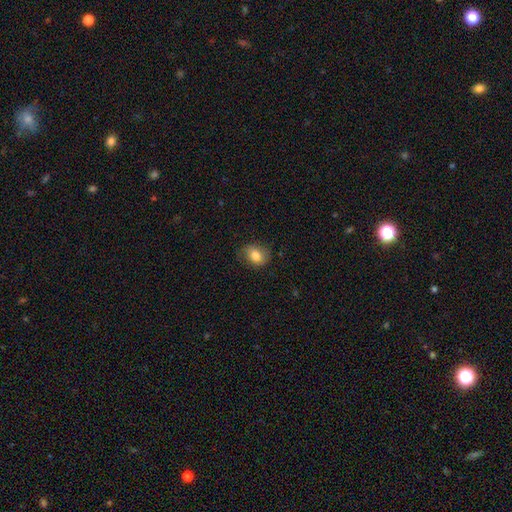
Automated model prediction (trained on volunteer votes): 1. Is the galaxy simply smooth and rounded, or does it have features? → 79% smooth, 12% featured or disk, 9% star or artifact.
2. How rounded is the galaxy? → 56% in between, 43% round, 1% cigar-shaped.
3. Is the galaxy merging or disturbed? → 74% none, 20% minor disturbance, 5% major disturbance, 1% merger.